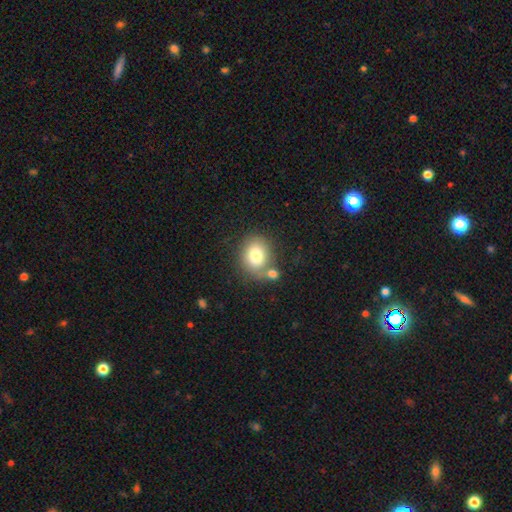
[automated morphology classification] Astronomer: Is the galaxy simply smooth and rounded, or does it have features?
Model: smooth — 78%.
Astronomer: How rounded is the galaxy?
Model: round — 54% (runner-up: in between, 45%).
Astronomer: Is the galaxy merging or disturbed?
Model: none — 57%.